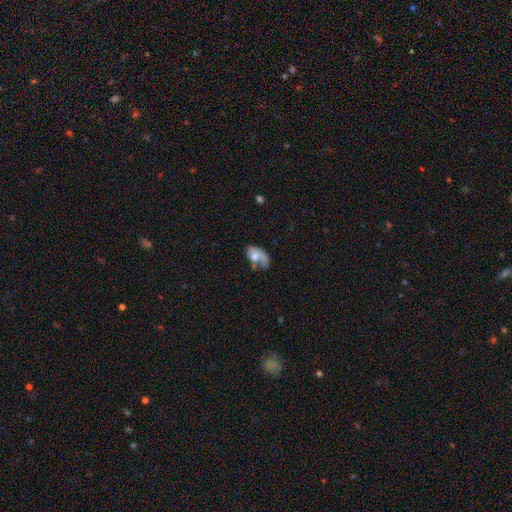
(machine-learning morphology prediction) smooth-or-featured: smooth: 54% | featured or disk: 38% | star or artifact: 8%
  how-rounded: in between: 88% | round: 9% | cigar-shaped: 3%
  merging: major disturbance: 34% | none: 27% | minor disturbance: 22% | merger: 17%